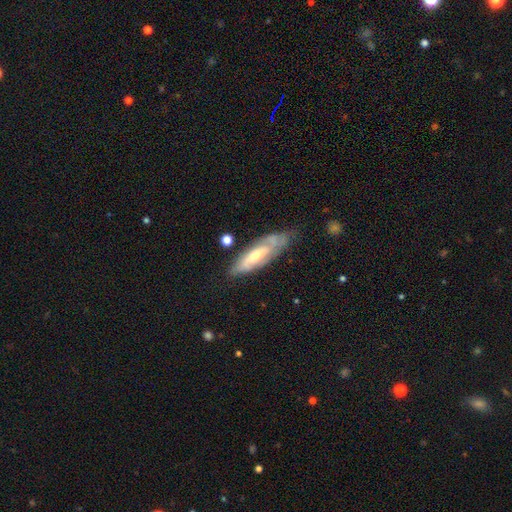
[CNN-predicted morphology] Smooth or featured: featured or disk — 61% (smooth — 29%)
Edge-on disk: no — 57% (yes — 43%)
Merging: none — 67% (minor disturbance — 23%)